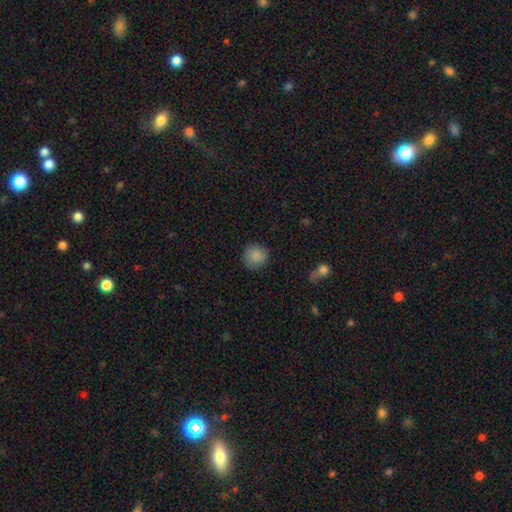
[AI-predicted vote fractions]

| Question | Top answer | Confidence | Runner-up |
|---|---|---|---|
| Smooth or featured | smooth | 87% | star or artifact (9%) |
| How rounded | round | 90% | in between (9%) |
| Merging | none | 87% | minor disturbance (9%) |